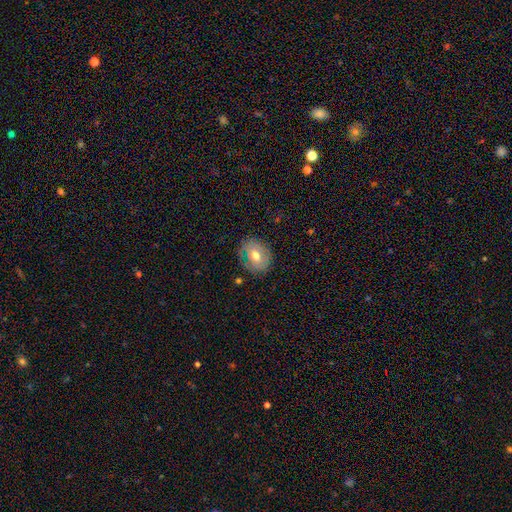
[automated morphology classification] A smooth galaxy with no disk features (60%) that is round (57%).

Vote fractions:
- Smooth or featured? smooth: 60% / featured or disk: 31% / star or artifact: 9%
- How rounded? round: 57% / in between: 42% / cigar-shaped: 1%
- Merging? none: 78% / minor disturbance: 16% / major disturbance: 5% / merger: 1%